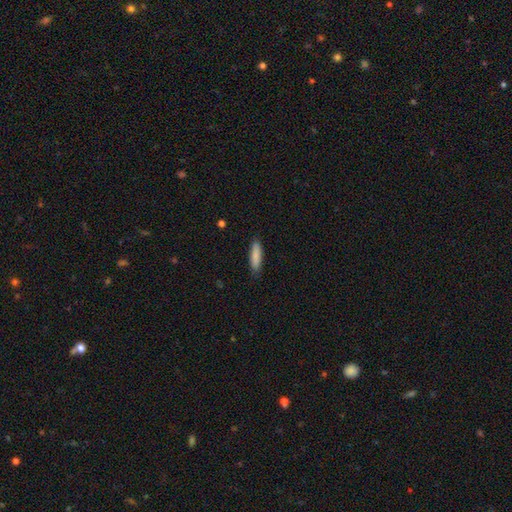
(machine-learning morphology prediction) Smooth or featured? Predicted: smooth (p=0.86). How rounded? Predicted: cigar-shaped (p=0.68). Merging? Predicted: none (p=0.85).